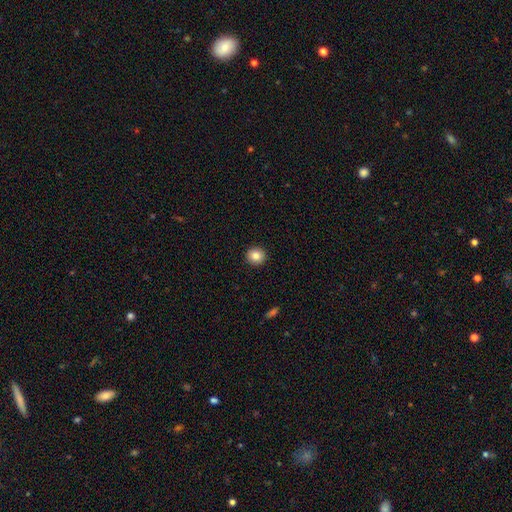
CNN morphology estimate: Smooth or featured? Predicted: smooth (p=0.84). How rounded? Predicted: round (p=0.92). Merging? Predicted: none (p=0.93).